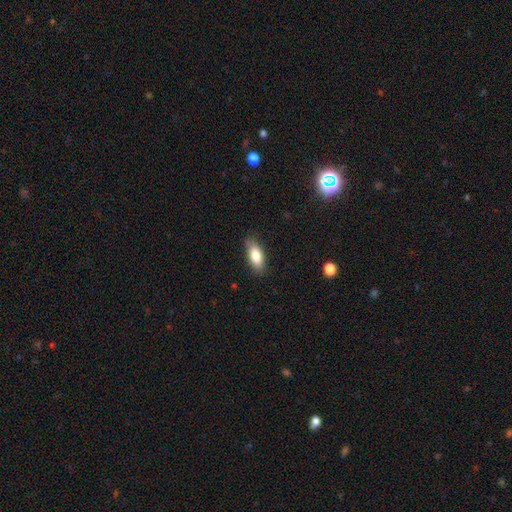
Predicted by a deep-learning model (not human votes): Smooth or featured?
  - smooth: 83% *
  - featured or disk: 11%
  - star or artifact: 7%
How rounded?
  - in between: 82% *
  - cigar-shaped: 15%
  - round: 2%
Merging?
  - none: 82% *
  - minor disturbance: 15%
  - major disturbance: 3%
  - merger: 1%